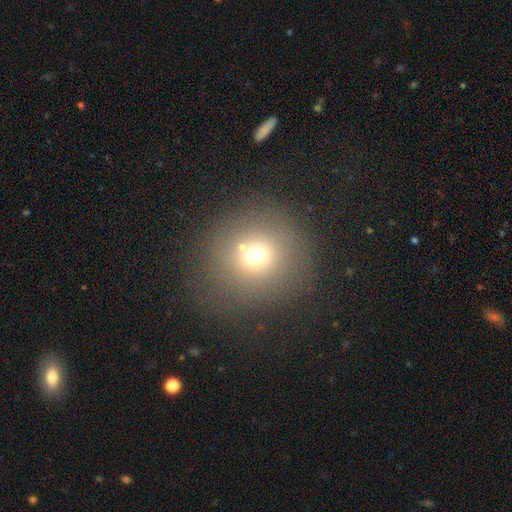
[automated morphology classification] Overall: smooth (67%). How rounded: round (91%). Merging: none (79%).